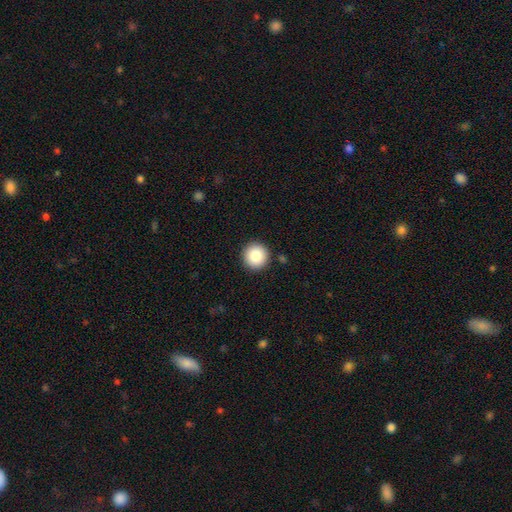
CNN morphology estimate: smooth-or-featured: smooth: 85% | star or artifact: 9% | featured or disk: 6%
  how-rounded: round: 95% | in between: 4% | cigar-shaped: 1%
  merging: none: 91% | minor disturbance: 6% | major disturbance: 2% | merger: 2%